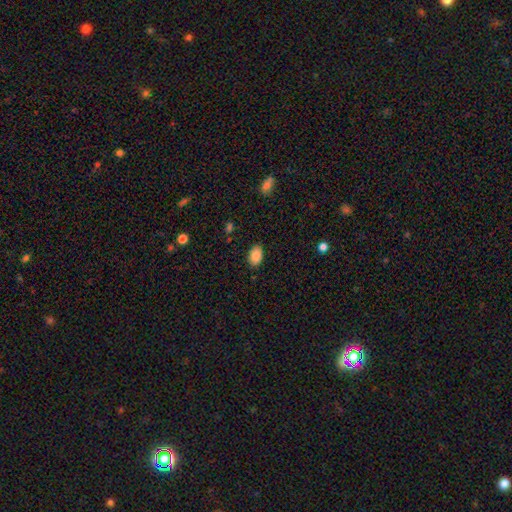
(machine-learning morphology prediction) Smooth or featured: smooth — 88% (star or artifact — 8%)
How rounded: in between — 90% (round — 9%)
Merging: none — 87% (minor disturbance — 10%)